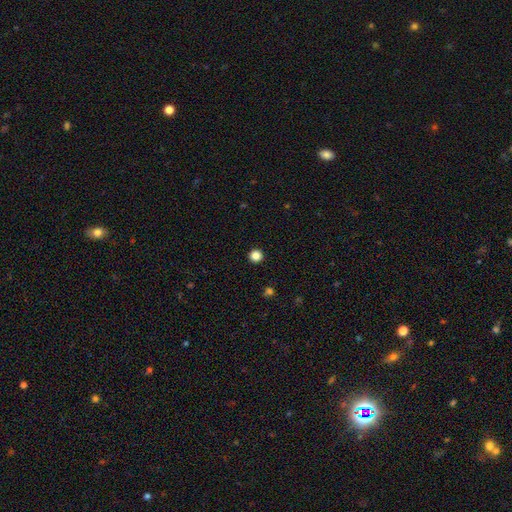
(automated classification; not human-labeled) This appears to be a smooth galaxy with no disk features (85%) that is round (96%). Merging: none (94%).